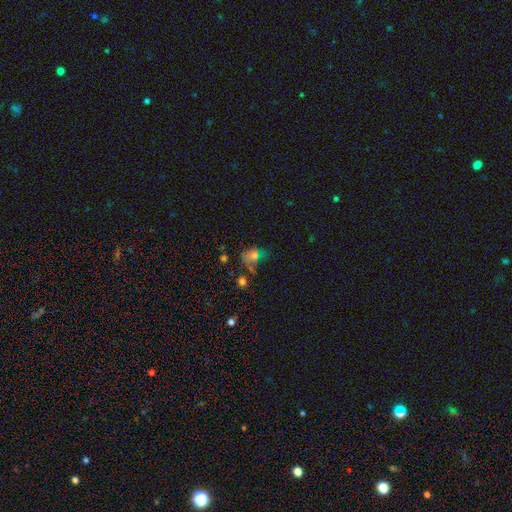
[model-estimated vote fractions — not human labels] This appears to be a smooth galaxy with no disk features (49%). Merging: none (35%).